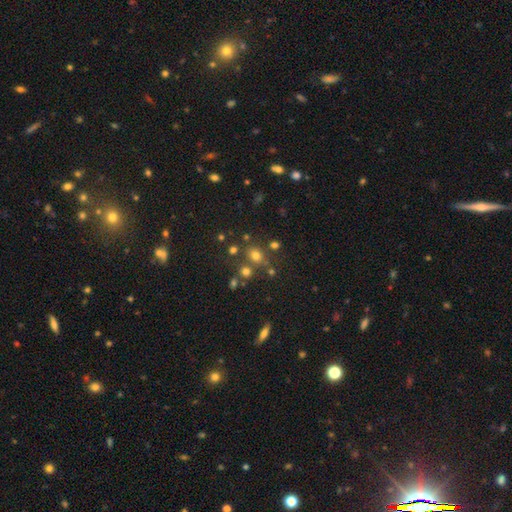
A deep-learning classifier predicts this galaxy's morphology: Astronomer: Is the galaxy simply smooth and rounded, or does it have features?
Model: smooth — 66%.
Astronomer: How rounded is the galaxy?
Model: round — 65%.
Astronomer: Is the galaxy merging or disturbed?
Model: none — 69%.